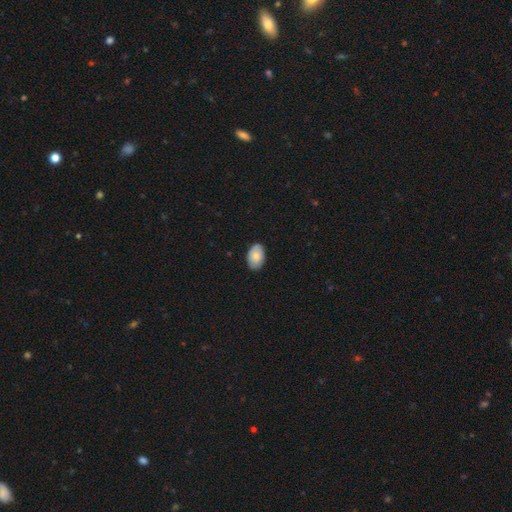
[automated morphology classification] Overall: smooth (79%). How rounded: in between (89%). Merging: none (84%).